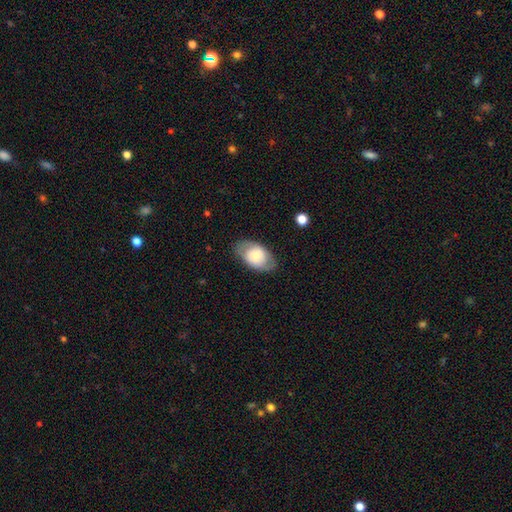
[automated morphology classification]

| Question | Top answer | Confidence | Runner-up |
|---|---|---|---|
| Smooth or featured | smooth | 60% | featured or disk (33%) |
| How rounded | in between | 85% | round (14%) |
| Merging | none | 77% | minor disturbance (15%) |